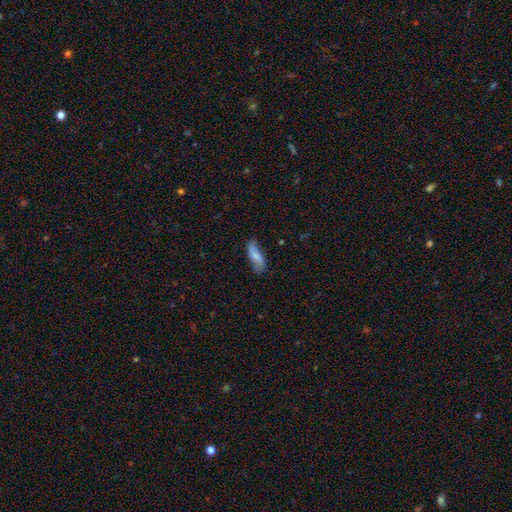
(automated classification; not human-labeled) Smooth or featured? Predicted: smooth (p=0.58). How rounded? Predicted: in between (p=0.62). Merging? Predicted: none (p=0.71).